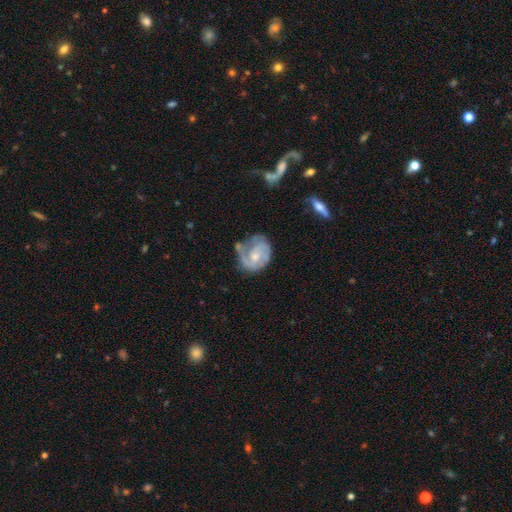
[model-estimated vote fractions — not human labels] This appears to be a featured or disk galaxy (76%) with no bar (60%), 2 (51%) tight (47%) spiral arms (90%) and a small central bulge (46%). Merging: none (49%).